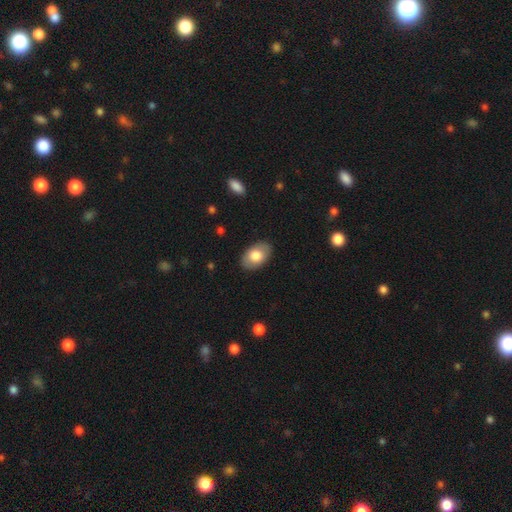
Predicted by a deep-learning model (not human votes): The model was most divided on "smooth or featured": smooth: 74%, featured or disk: 20%, star or artifact: 6%. More confident: how rounded — in between (89%); merging — none (86%).